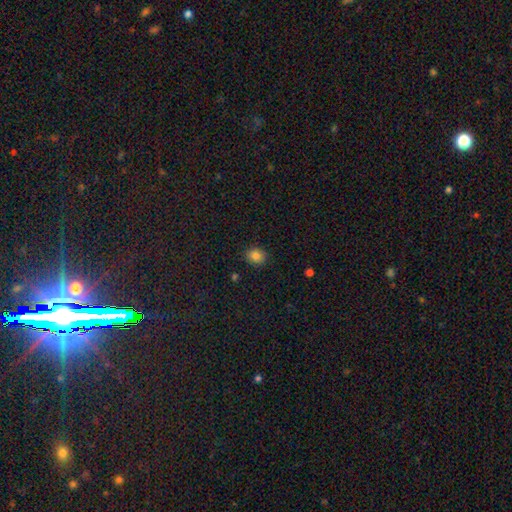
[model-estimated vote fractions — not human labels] The model was most divided on "how rounded": round: 63%, in between: 36%, cigar-shaped: 1%. More confident: merging — none (87%); smooth or featured — smooth (83%).